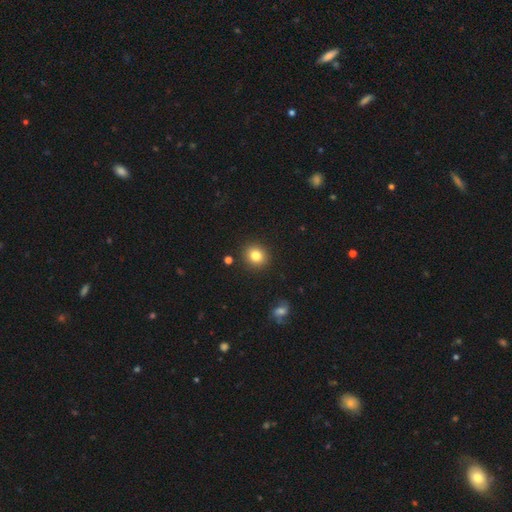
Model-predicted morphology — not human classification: Smooth or featured: smooth — 82% (star or artifact — 11%)
How rounded: round — 80% (in between — 19%)
Merging: none — 90% (minor disturbance — 6%)